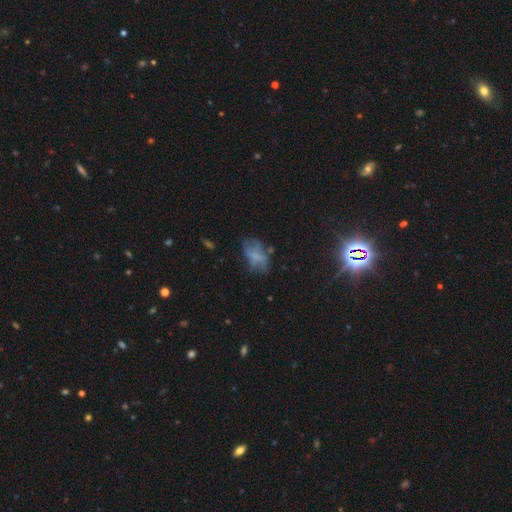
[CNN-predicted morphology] Smooth or featured?
  - smooth: 49% *
  - featured or disk: 37%
  - star or artifact: 14%
Merging?
  - none: 48% *
  - minor disturbance: 27%
  - major disturbance: 21%
  - merger: 5%